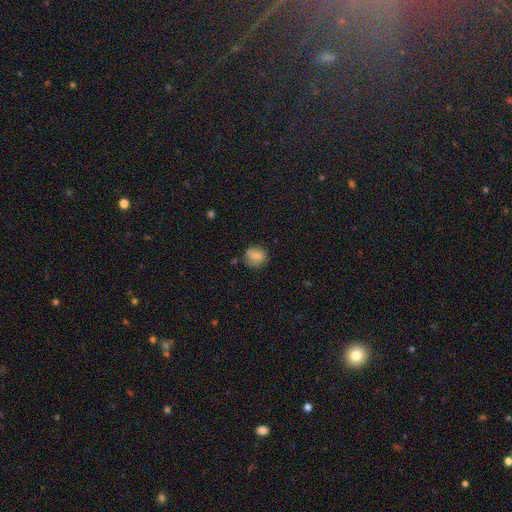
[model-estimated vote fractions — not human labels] A smooth galaxy with no disk features (81%) that is round (75%). Merging: none (70%).